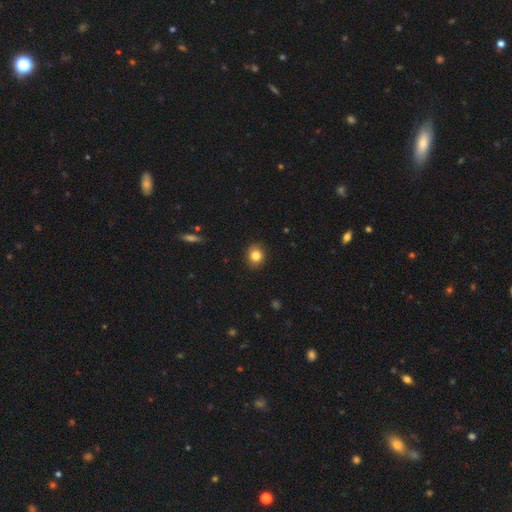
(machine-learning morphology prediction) Overall: smooth (83%). How rounded: round (75%). Merging: none (90%).